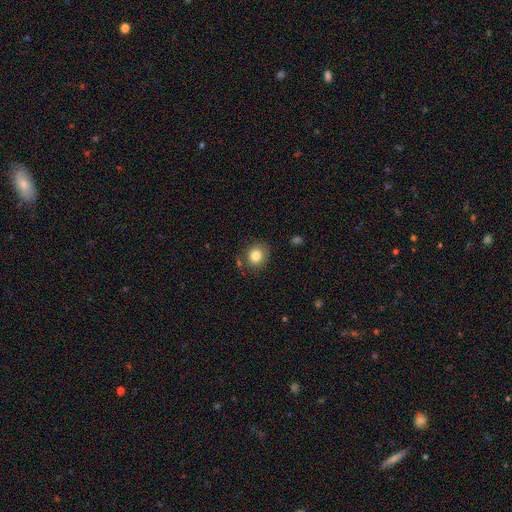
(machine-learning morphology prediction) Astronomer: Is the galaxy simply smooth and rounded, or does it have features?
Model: smooth — 82%.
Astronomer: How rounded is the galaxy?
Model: round — 80%.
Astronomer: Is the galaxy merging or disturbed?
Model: none — 80%.